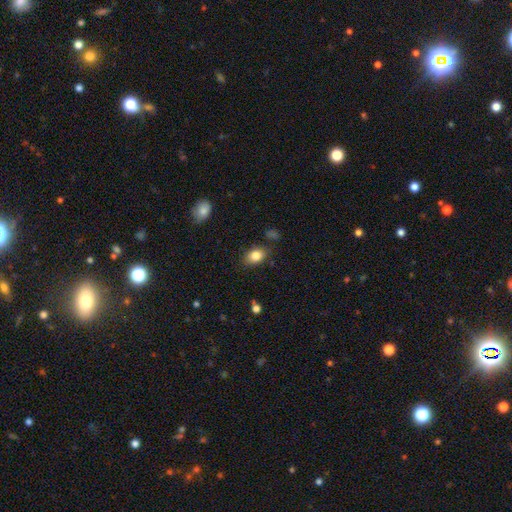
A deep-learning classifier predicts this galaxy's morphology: Smooth or featured? Predicted: smooth (p=0.84). How rounded? Predicted: in between (p=0.78). Merging? Predicted: none (p=0.79).